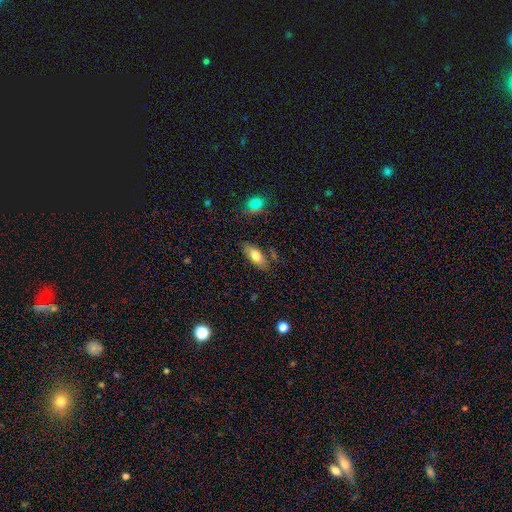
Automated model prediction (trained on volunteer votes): This appears to be a smooth galaxy with no disk features (72%) that is in between round and cigar-shaped (80%). Merging: none (78%).